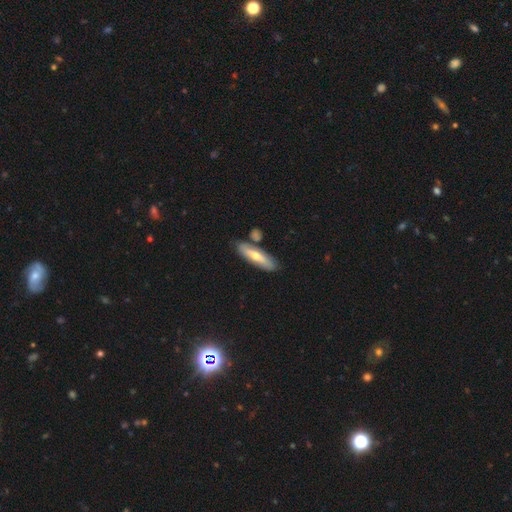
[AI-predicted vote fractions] This is possibly a smooth galaxy (50%). How rounded: likely cigar-shaped (61%). Merging: likely none (74%).